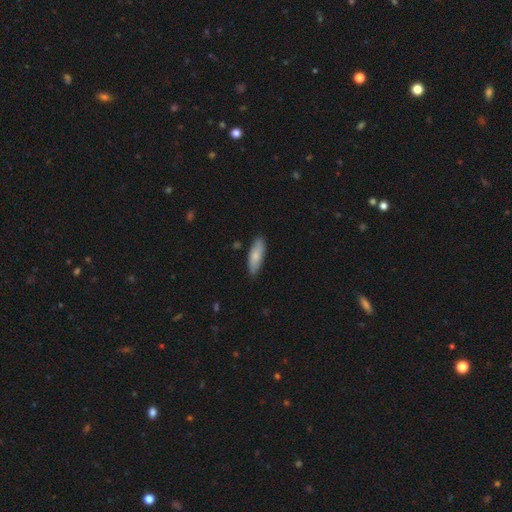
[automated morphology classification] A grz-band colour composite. It shows a smooth galaxy with no disk features (78%) that is in between round and cigar-shaped (59%). Merging: none (84%).